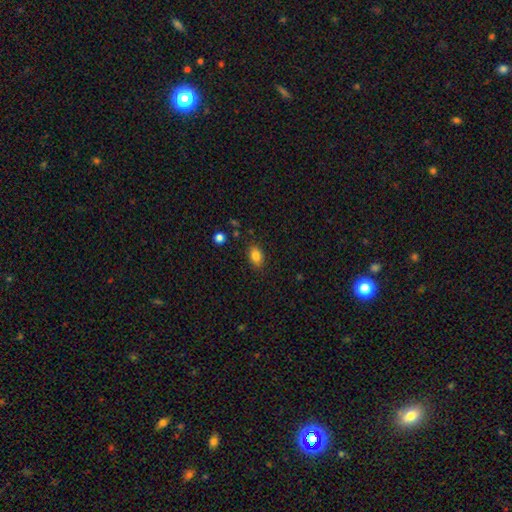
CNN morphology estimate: smooth_or_featured: smooth (p=0.84) [alt: star or artifact p=0.10]
how_rounded: in between (p=0.81) [alt: round p=0.18]
merging: none (p=0.85) [alt: minor disturbance p=0.11]